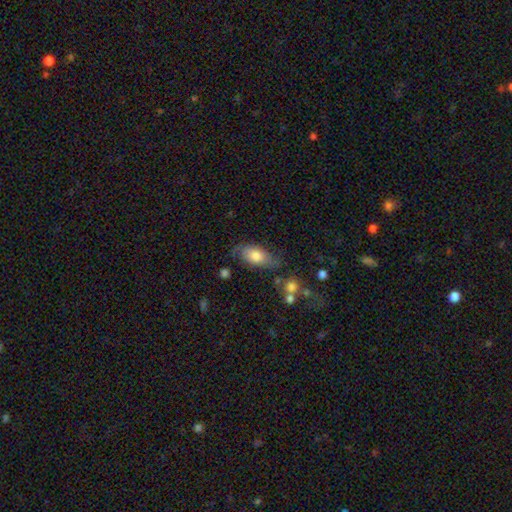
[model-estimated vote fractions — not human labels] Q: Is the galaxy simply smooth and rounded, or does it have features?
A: smooth — 63%.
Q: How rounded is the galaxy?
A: in between — 90%.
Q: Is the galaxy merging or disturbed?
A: none — 58%.